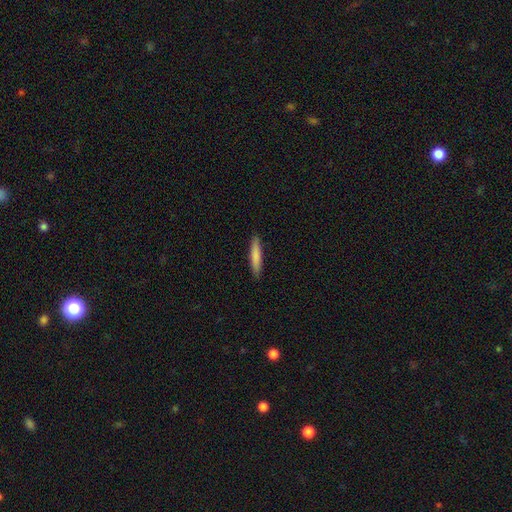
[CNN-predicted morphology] smooth 80%, featured or disk 15%, star or artifact 5%. Down the decision tree: how rounded — cigar-shaped (91%); merging — none (90%).